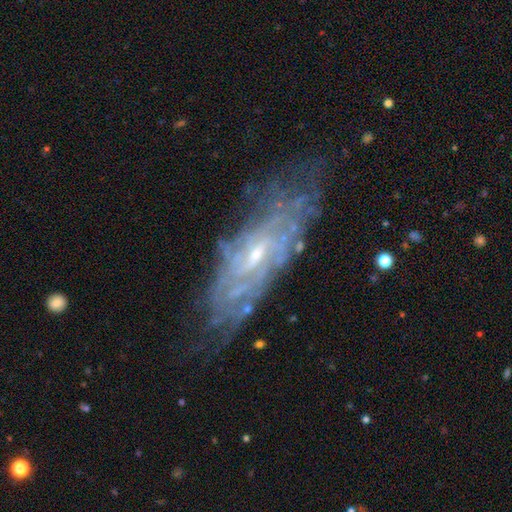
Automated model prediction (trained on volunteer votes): The model was most divided on "bar": no: 47%, weak: 41%, strong: 11%. More confident: edge-on disk — no (83%); spiral arms — yes (82%); smooth or featured — featured or disk (80%); merging — none (68%); spiral arm count — can't tell (65%); spiral winding — tight (65%); bulge size — small (65%).